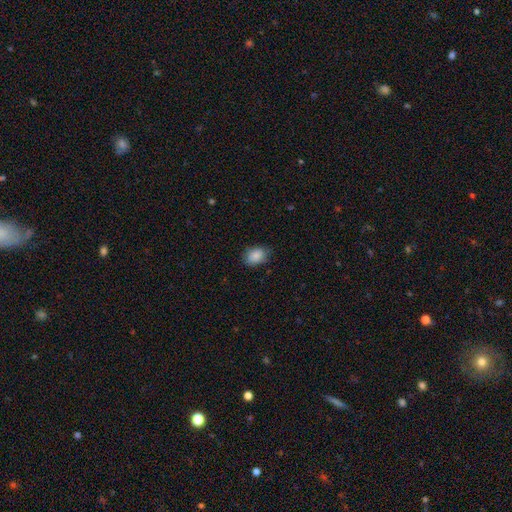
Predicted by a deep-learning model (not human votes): Q: Smooth or featured?
A: smooth (88%); runner-up: star or artifact (7%)
Q: How rounded?
A: in between (75%); runner-up: round (24%)
Q: Merging?
A: none (79%); runner-up: minor disturbance (17%)